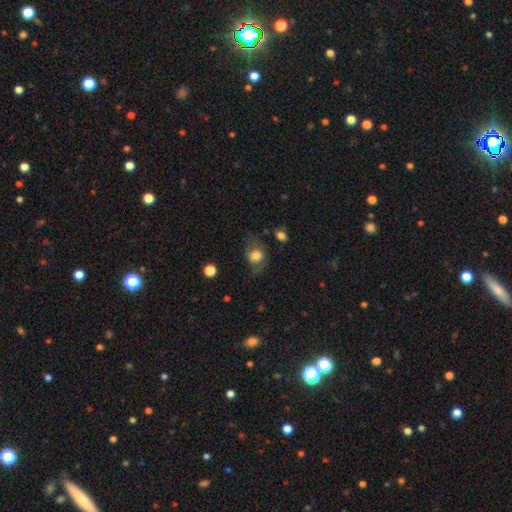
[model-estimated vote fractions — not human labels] This is likely a smooth galaxy (68%). How rounded: possibly in between (57%). Merging: possibly none (59%).